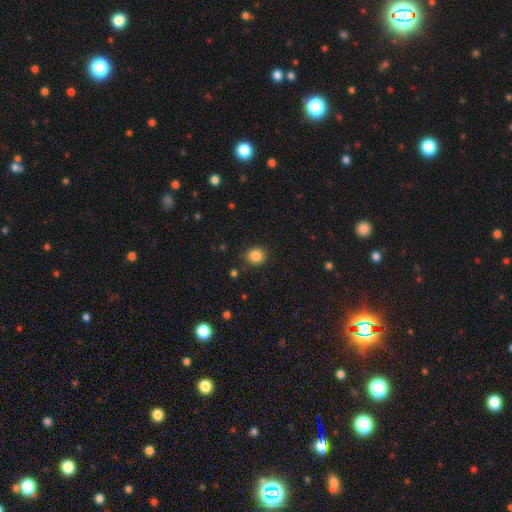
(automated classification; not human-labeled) Smooth or featured? Predicted: smooth (p=0.85). How rounded? Predicted: round (p=0.80). Merging? Predicted: none (p=0.88).